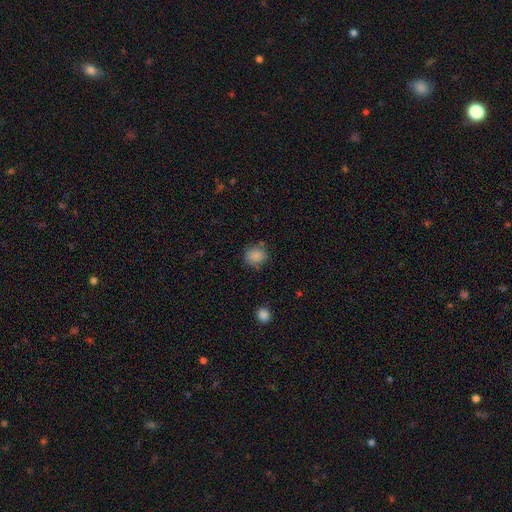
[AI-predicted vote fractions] Smooth or featured: smooth — 85% (star or artifact — 9%)
How rounded: round — 72% (in between — 27%)
Merging: none — 77% (minor disturbance — 16%)